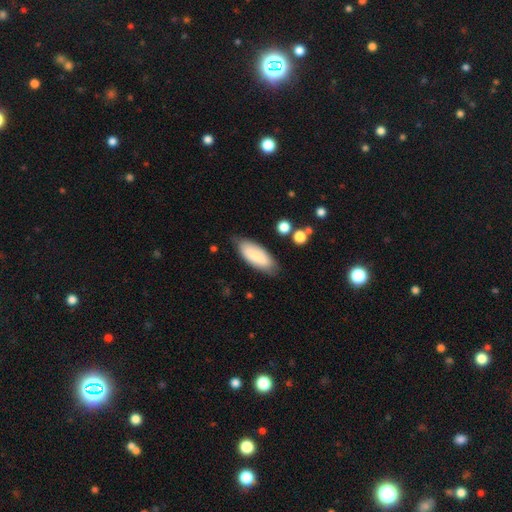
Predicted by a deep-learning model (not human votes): smooth-or-featured: smooth: 82% | featured or disk: 12% | star or artifact: 6%
  how-rounded: in between: 79% | cigar-shaped: 20% | round: 2%
  merging: none: 77% | minor disturbance: 17% | major disturbance: 4% | merger: 2%